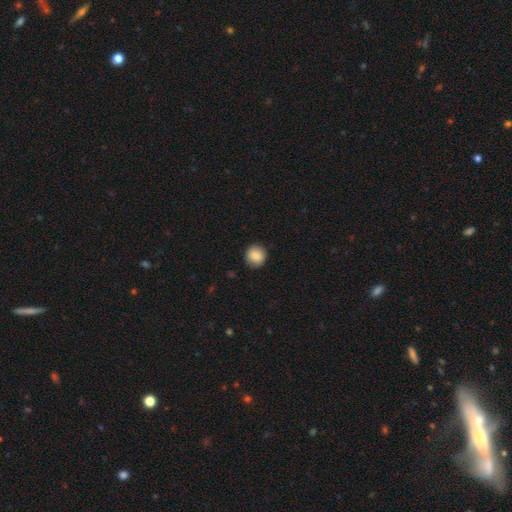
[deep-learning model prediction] smooth 86%, star or artifact 8%, featured or disk 6%. Down the decision tree: how rounded — round (88%); merging — none (89%).